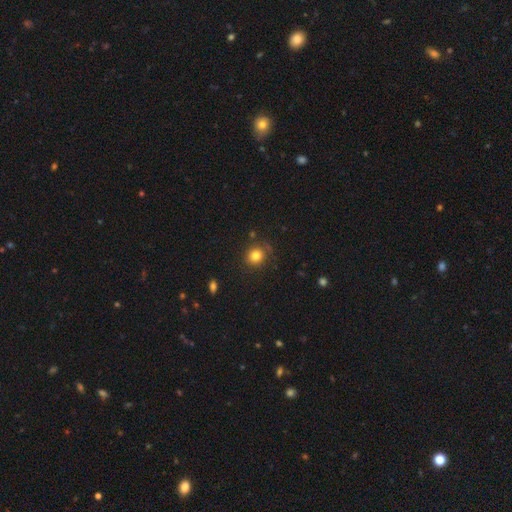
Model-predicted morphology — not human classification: Smooth or featured?
  - smooth: 81% *
  - star or artifact: 12%
  - featured or disk: 7%
How rounded?
  - round: 85% *
  - in between: 14%
  - cigar-shaped: 1%
Merging?
  - none: 80% *
  - minor disturbance: 13%
  - major disturbance: 4%
  - merger: 2%